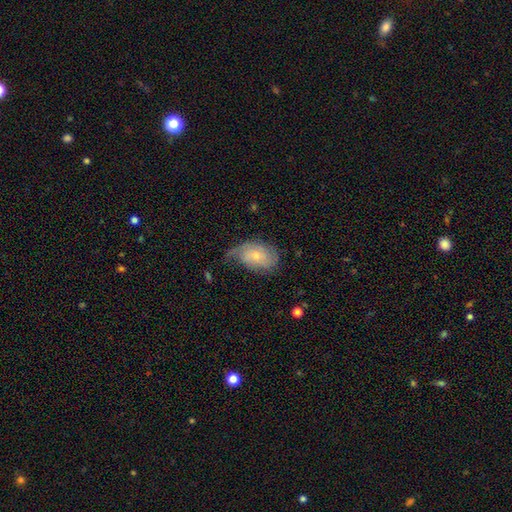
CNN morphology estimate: Smooth or featured? Predicted: smooth (p=0.50). Merging? Predicted: none (p=0.40).